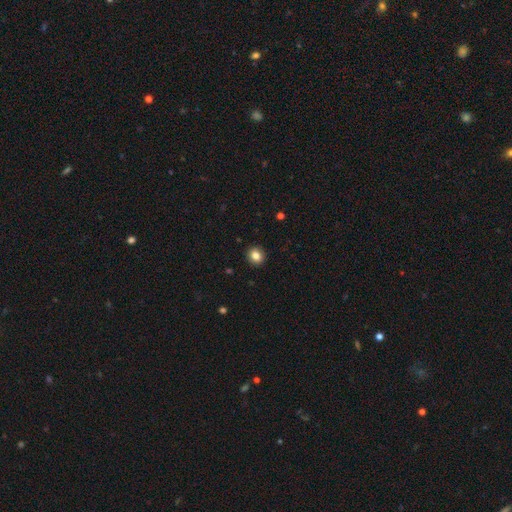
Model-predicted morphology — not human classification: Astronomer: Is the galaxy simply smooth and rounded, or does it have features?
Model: smooth — 84%.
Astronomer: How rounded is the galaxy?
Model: round — 77%.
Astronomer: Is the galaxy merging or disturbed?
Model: none — 92%.